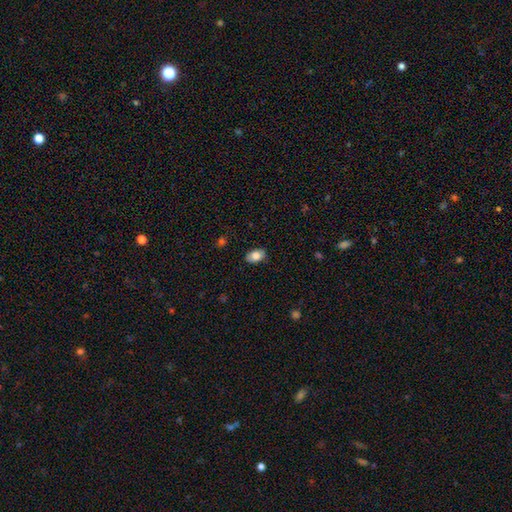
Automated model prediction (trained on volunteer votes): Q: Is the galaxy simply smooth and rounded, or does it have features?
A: smooth — 80%.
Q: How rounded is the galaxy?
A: in between — 89%.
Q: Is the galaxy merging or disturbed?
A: none — 86%.